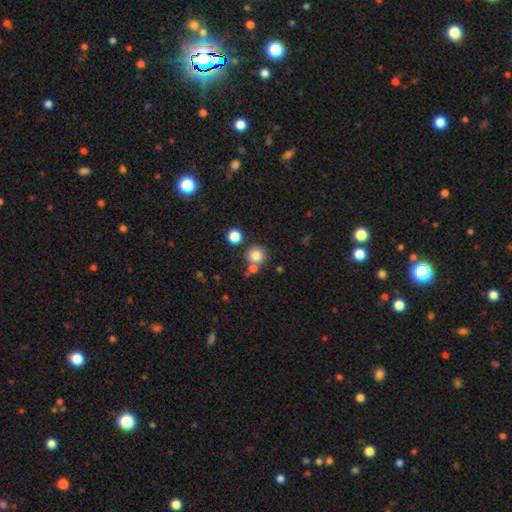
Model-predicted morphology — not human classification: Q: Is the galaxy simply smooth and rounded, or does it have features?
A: smooth — 82%.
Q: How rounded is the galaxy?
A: round — 92%.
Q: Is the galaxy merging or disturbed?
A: none — 72%.